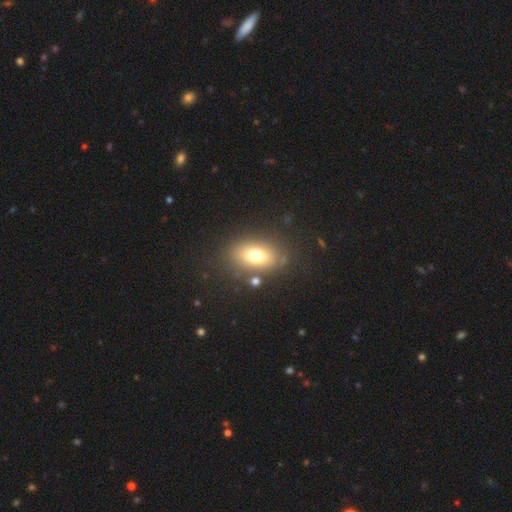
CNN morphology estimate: Q: Smooth or featured?
A: smooth (72%); runner-up: featured or disk (17%)
Q: How rounded?
A: in between (80%); runner-up: round (17%)
Q: Merging?
A: none (78%); runner-up: minor disturbance (11%)